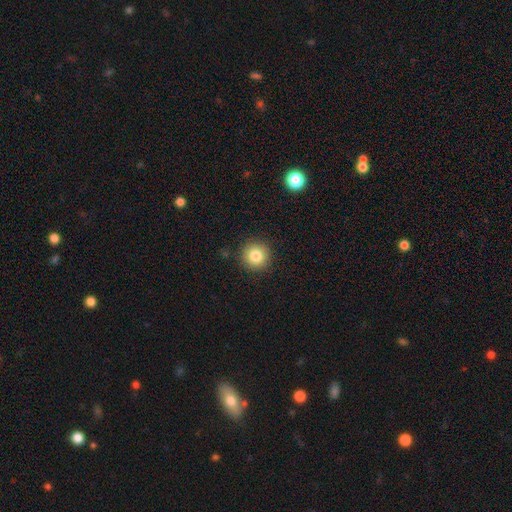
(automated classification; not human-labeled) Smooth or featured? Predicted: smooth (p=0.81). How rounded? Predicted: round (p=0.95). Merging? Predicted: none (p=0.90).